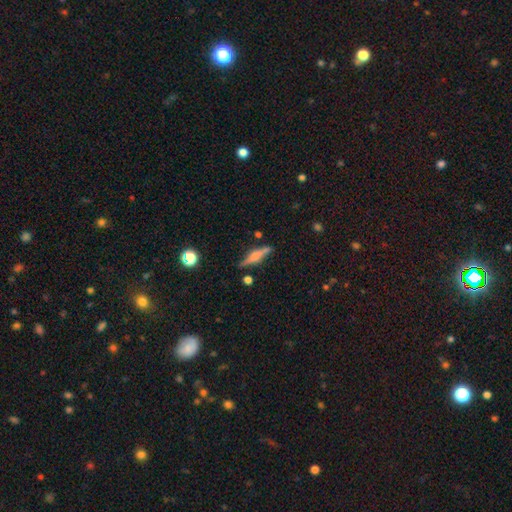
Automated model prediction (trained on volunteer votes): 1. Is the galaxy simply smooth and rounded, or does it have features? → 61% featured or disk, 31% smooth, 8% star or artifact.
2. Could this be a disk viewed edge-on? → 96% yes, 4% no.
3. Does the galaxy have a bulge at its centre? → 70% rounded, 23% boxy, 7% none.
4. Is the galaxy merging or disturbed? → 80% none, 13% minor disturbance, 4% merger, 4% major disturbance.